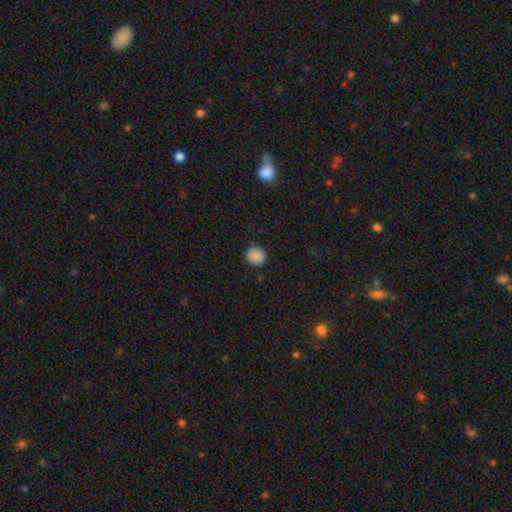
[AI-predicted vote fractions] Q: Smooth or featured?
A: smooth (87%); runner-up: star or artifact (10%)
Q: How rounded?
A: round (89%); runner-up: in between (10%)
Q: Merging?
A: none (85%); runner-up: minor disturbance (11%)